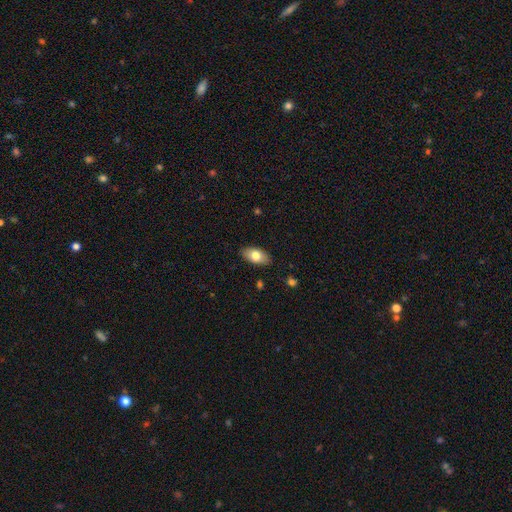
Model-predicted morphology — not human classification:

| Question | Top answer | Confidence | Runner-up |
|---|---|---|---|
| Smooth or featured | smooth | 77% | featured or disk (16%) |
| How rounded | in between | 92% | cigar-shaped (4%) |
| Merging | none | 86% | minor disturbance (10%) |